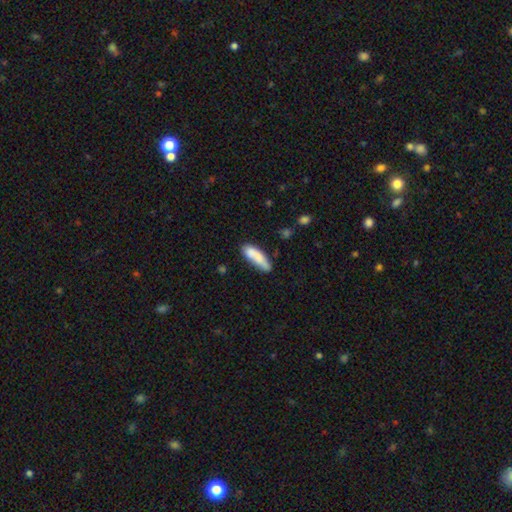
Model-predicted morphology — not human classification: Q: Smooth or featured?
A: smooth (81%); runner-up: featured or disk (13%)
Q: How rounded?
A: cigar-shaped (53%); runner-up: in between (45%)
Q: Merging?
A: none (64%); runner-up: minor disturbance (24%)